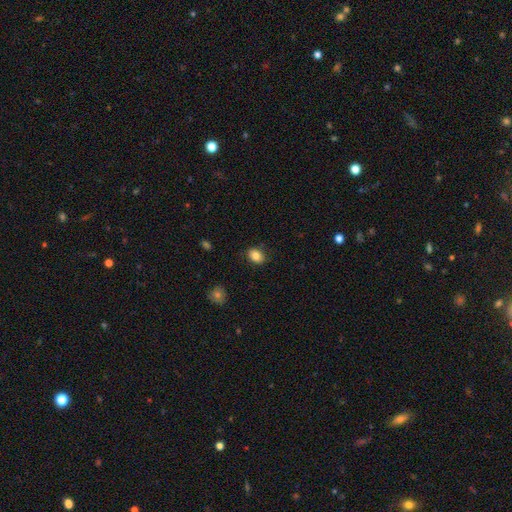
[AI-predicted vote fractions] A smooth galaxy with no disk features (84%) that is in between round and cigar-shaped (65%).

Vote fractions:
- Smooth or featured? smooth: 84% / star or artifact: 9% / featured or disk: 7%
- How rounded? in between: 65% / round: 34% / cigar-shaped: 1%
- Merging? none: 82% / minor disturbance: 14% / major disturbance: 3% / merger: 1%